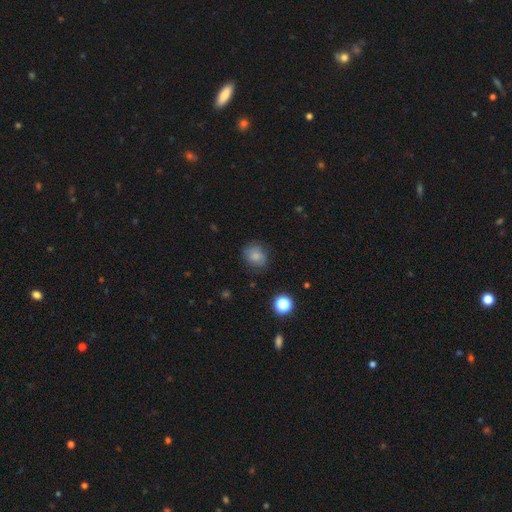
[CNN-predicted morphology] Overall: smooth (77%). How rounded: round (65%; in between 34%). Merging: none (75%).